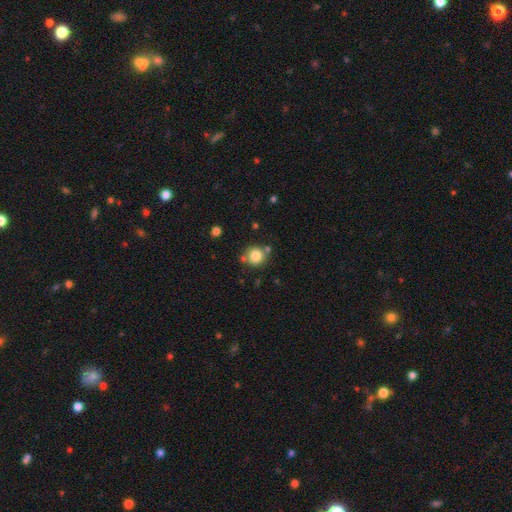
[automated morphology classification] Smooth or featured? Predicted: smooth (p=0.83). How rounded? Predicted: round (p=0.92). Merging? Predicted: none (p=0.73).